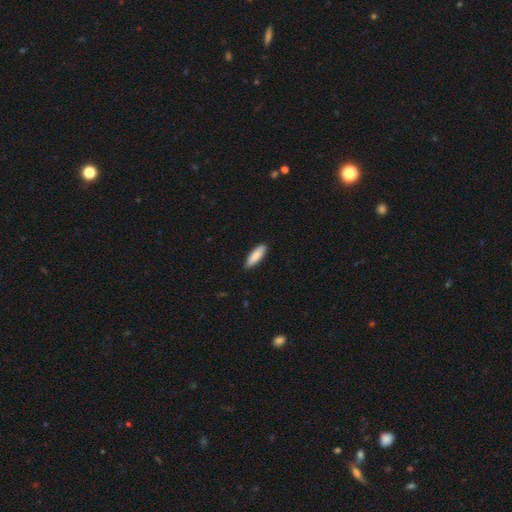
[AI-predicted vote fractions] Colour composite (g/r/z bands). It shows a smooth galaxy with no disk features (88%) that is cigar-shaped (51%). Merging: none (89%).